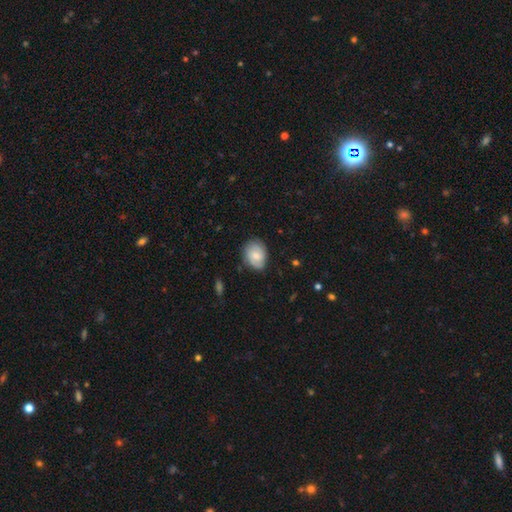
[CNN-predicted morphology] A smooth galaxy with no disk features (59%) that is in between round and cigar-shaped (64%).

Vote fractions:
- Smooth or featured? smooth: 59% / featured or disk: 34% / star or artifact: 7%
- How rounded? in between: 64% / round: 35% / cigar-shaped: 1%
- Merging? none: 74% / minor disturbance: 21% / major disturbance: 4% / merger: 1%